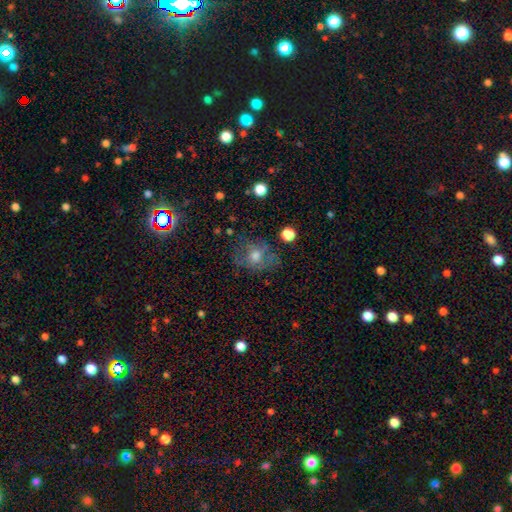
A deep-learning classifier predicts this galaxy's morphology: type=smooth (54%); roundness=round (57%); merging=none (66%).